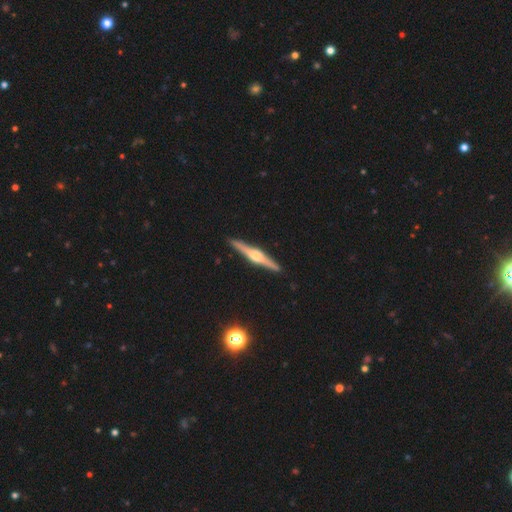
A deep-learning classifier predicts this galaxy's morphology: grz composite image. It shows a featured or disk galaxy (81%) viewed edge-on (98%) with a rounded central bulge (89%). Merging: none (92%).